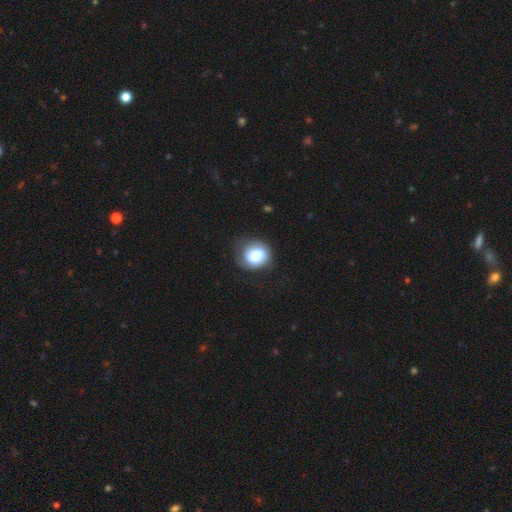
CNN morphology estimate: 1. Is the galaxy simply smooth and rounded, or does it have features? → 82% smooth, 10% featured or disk, 8% star or artifact.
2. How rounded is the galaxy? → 72% round, 27% in between, 1% cigar-shaped.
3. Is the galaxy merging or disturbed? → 59% none, 26% minor disturbance, 12% major disturbance, 2% merger.